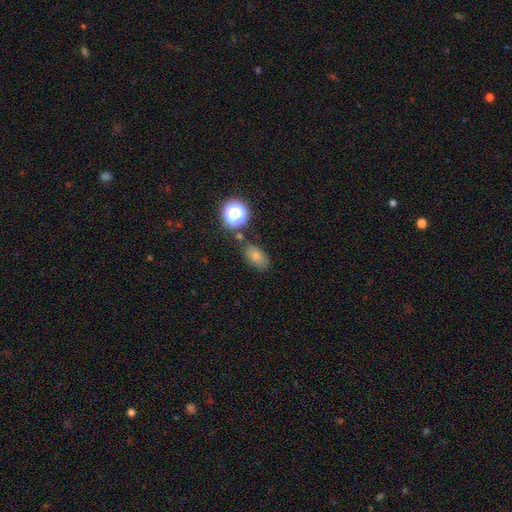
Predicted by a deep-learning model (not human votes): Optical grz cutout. It shows a smooth galaxy with no disk features (74%) that is in between round and cigar-shaped (85%). Merging: none (73%).